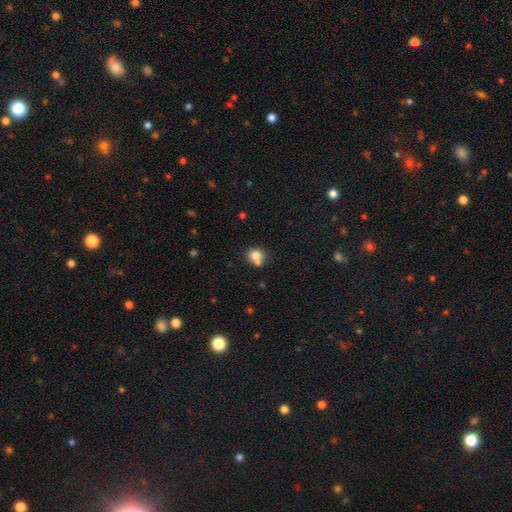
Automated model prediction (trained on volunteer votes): This appears to be a smooth galaxy with no disk features (77%) that is round (78%). Merging: none (46%).